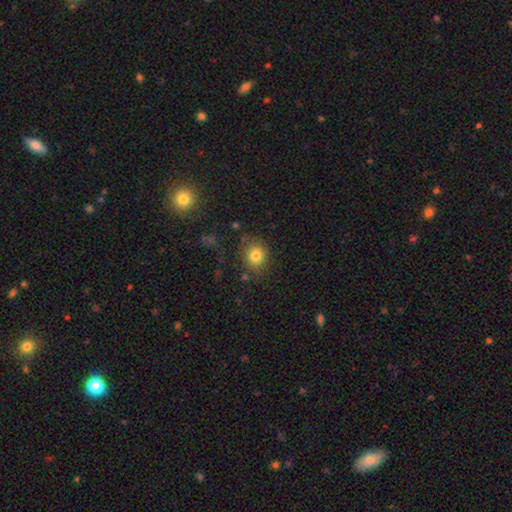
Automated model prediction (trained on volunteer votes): This appears to be a smooth galaxy with no disk features (80%) that is round (74%). Merging: none (79%).